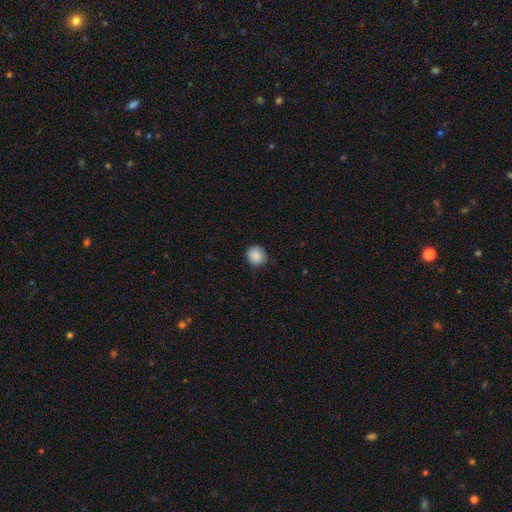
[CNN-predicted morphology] smooth-or-featured: smooth: 88% | star or artifact: 8% | featured or disk: 4%
  how-rounded: round: 87% | in between: 12% | cigar-shaped: 1%
  merging: none: 81% | minor disturbance: 15% | major disturbance: 2% | merger: 1%